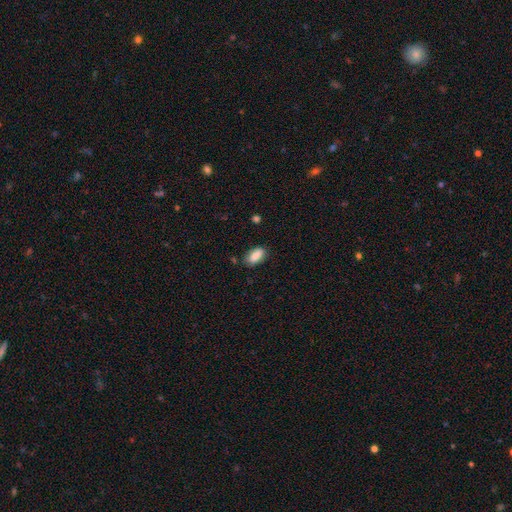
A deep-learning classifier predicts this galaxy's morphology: Smooth or featured? smooth (87%)
How rounded? in between (88%)
Merging? none (77%)